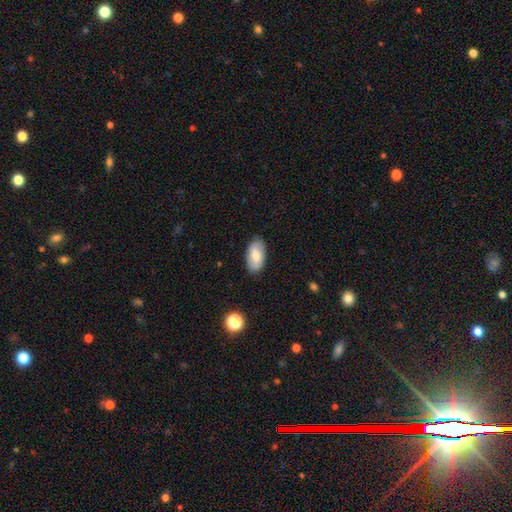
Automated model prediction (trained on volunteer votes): This appears to be a smooth galaxy with no disk features (72%) that is in between round and cigar-shaped (94%). Merging: none (85%).